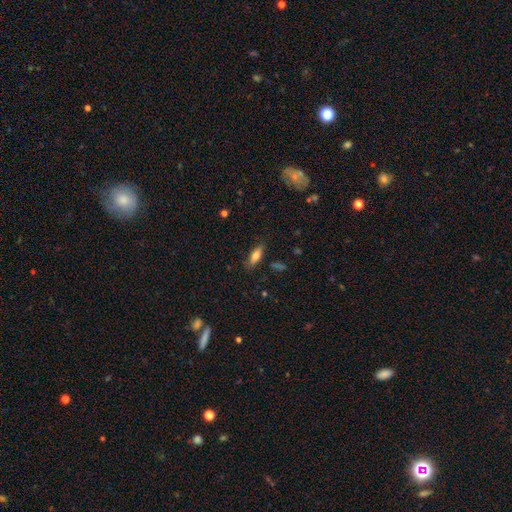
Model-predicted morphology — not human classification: This appears to be a smooth galaxy with no disk features (74%) that is in between round and cigar-shaped (69%). Merging: none (80%).